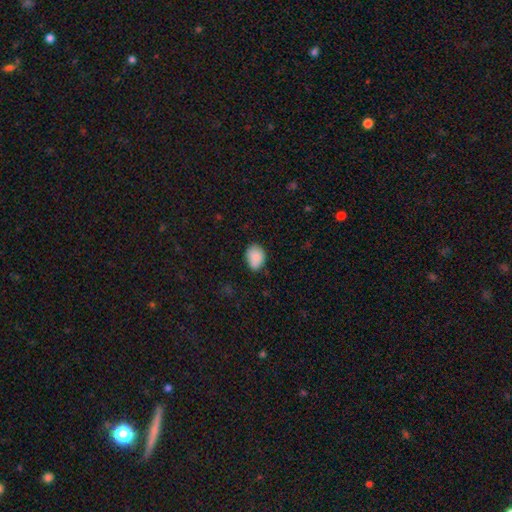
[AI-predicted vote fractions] Smooth or featured?
  - smooth: 87% *
  - star or artifact: 8%
  - featured or disk: 5%
How rounded?
  - in between: 66% *
  - round: 33%
  - cigar-shaped: 1%
Merging?
  - none: 69% *
  - minor disturbance: 25%
  - major disturbance: 4%
  - merger: 2%